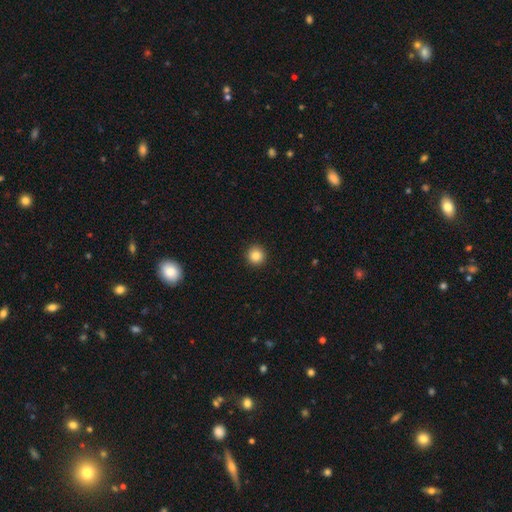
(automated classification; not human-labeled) smooth 86%, star or artifact 10%, featured or disk 4%. Down the decision tree: how rounded — round (95%); merging — none (93%).